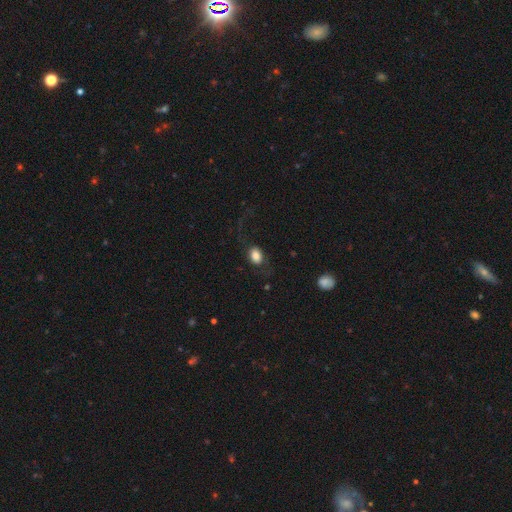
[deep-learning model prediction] Overall: smooth (78%). How rounded: in between (69%; round 29%). Merging: none (63%).